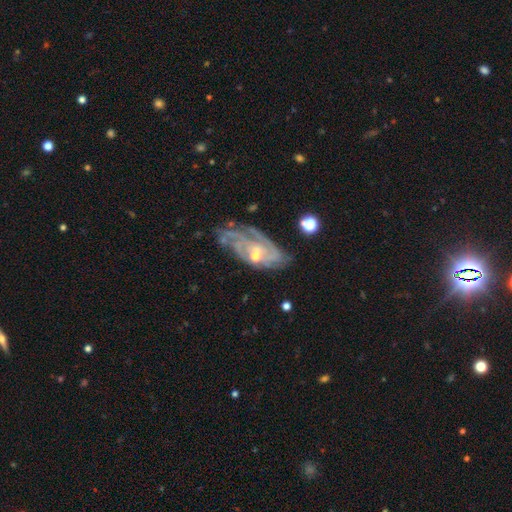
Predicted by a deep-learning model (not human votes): Smooth or featured? Predicted: featured or disk (p=0.84). Edge-on disk? Predicted: no (p=0.94). Bar? Predicted: no (p=0.65). Spiral arms? Predicted: yes (p=0.94). Spiral winding? Predicted: tight (p=0.63). Spiral arm count? Predicted: can't tell (p=0.30). Bulge size? Predicted: moderate (p=0.49). Merging? Predicted: none (p=0.59).